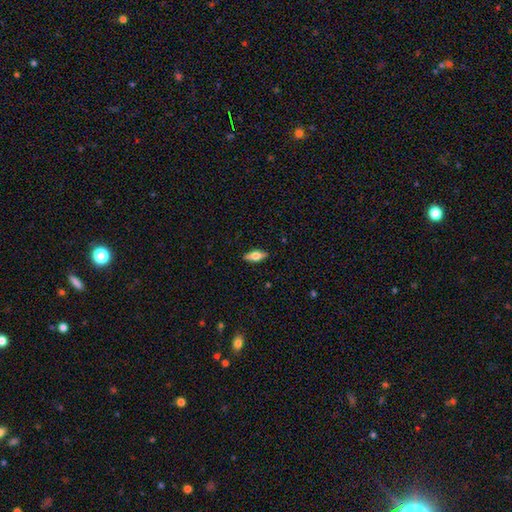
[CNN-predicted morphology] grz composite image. It shows a smooth galaxy with no disk features (57%) that is in between round and cigar-shaped (73%). Merging: none (88%).